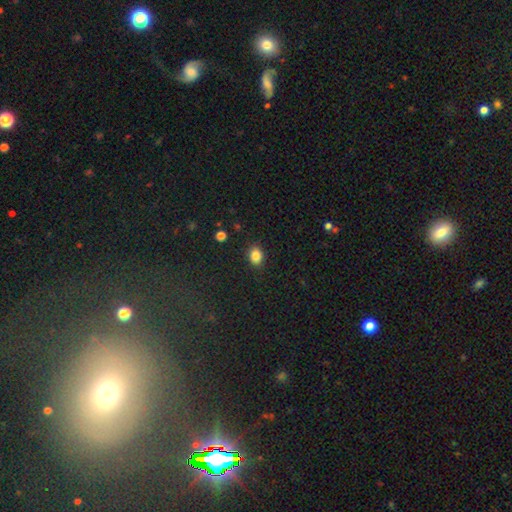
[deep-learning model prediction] Smooth or featured?
  - smooth: 85% *
  - star or artifact: 10%
  - featured or disk: 5%
How rounded?
  - in between: 62% *
  - round: 37%
  - cigar-shaped: 1%
Merging?
  - none: 88% *
  - minor disturbance: 9%
  - major disturbance: 2%
  - merger: 1%